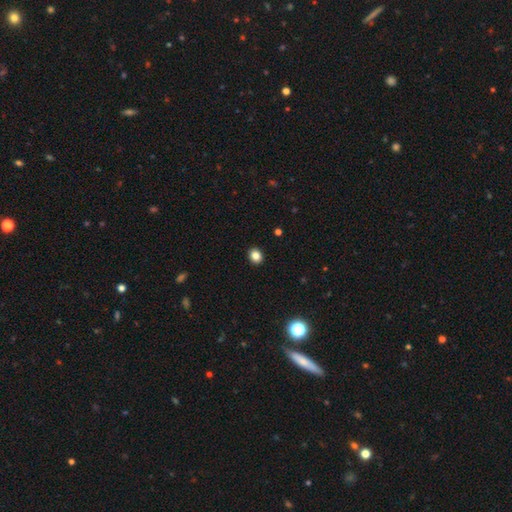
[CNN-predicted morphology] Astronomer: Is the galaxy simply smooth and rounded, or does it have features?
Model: smooth — 84%.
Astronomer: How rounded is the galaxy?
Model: round — 64%.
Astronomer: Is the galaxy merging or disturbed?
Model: none — 92%.